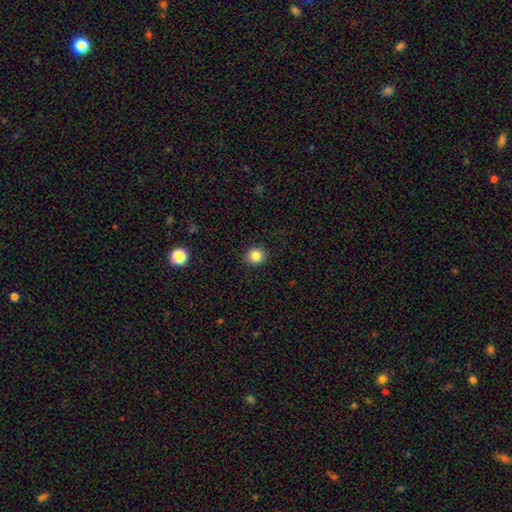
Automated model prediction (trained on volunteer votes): Smooth or featured? smooth (85%)
How rounded? round (88%)
Merging? none (90%)